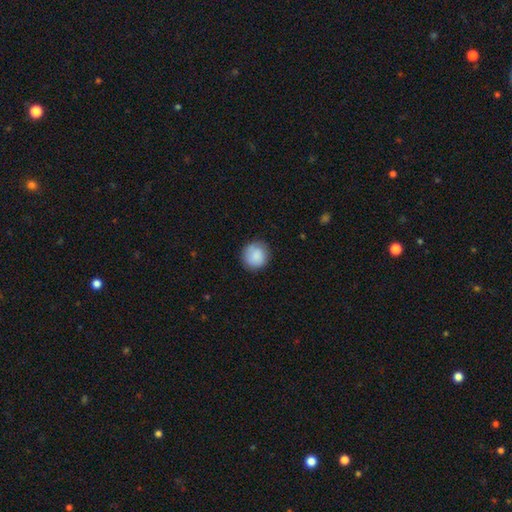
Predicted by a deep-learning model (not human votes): Smooth or featured: smooth — 88% (star or artifact — 7%)
How rounded: round — 93% (in between — 6%)
Merging: none — 86% (minor disturbance — 10%)